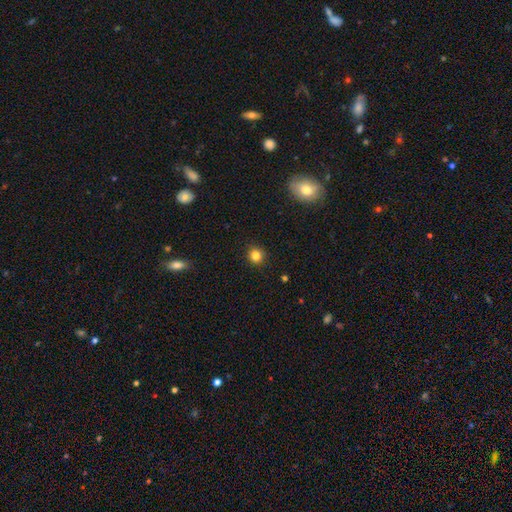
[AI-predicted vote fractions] Overall: smooth (82%). How rounded: round (90%). Merging: none (91%).